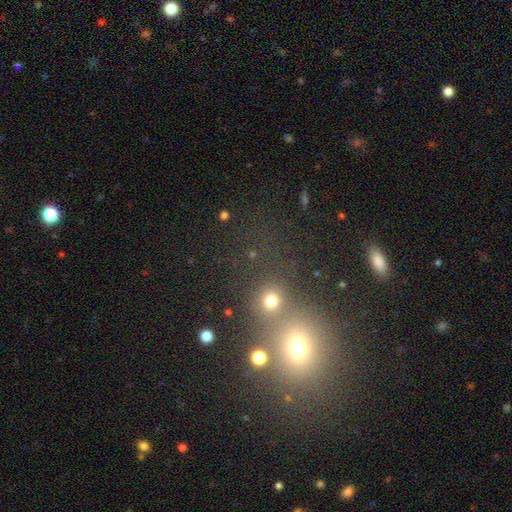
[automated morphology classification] The model was most divided on "smooth or featured": smooth: 53%, star or artifact: 36%, featured or disk: 11%. More confident: how rounded — round (72%); merging — none (51%).